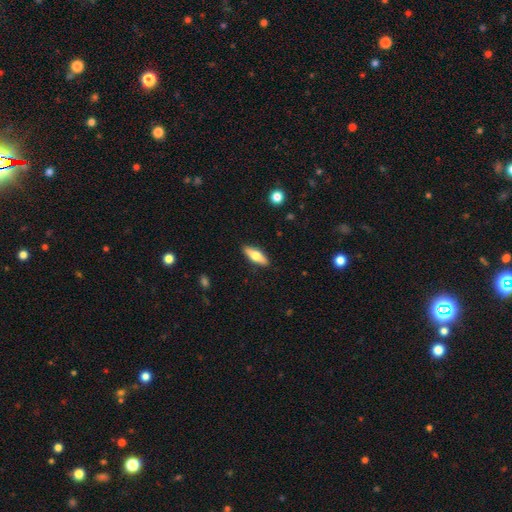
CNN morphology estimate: Smooth or featured? smooth (58%)
How rounded? in between (55%)
Merging? none (89%)